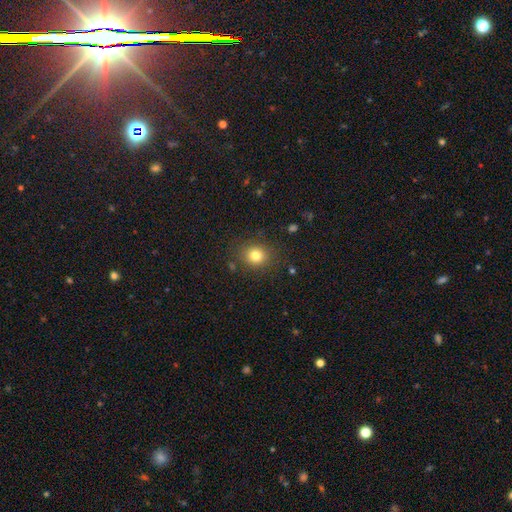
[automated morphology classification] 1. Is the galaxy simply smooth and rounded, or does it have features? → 80% smooth, 13% star or artifact, 7% featured or disk.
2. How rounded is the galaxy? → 77% round, 22% in between, 1% cigar-shaped.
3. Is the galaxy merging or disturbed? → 85% none, 9% minor disturbance, 4% major disturbance, 2% merger.